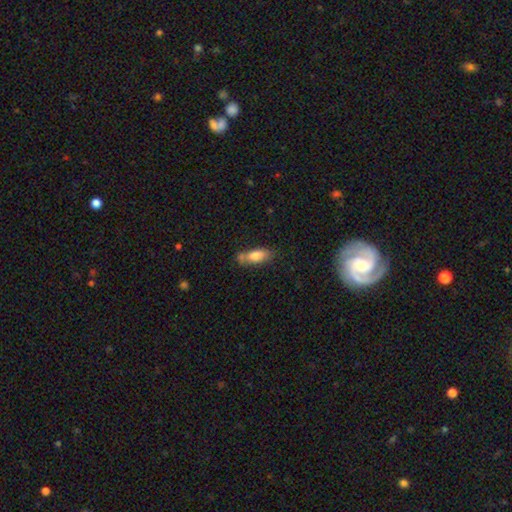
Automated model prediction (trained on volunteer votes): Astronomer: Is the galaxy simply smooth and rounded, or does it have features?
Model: smooth — 79%.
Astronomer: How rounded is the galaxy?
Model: in between — 70%.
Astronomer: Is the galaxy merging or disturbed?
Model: none — 52%.